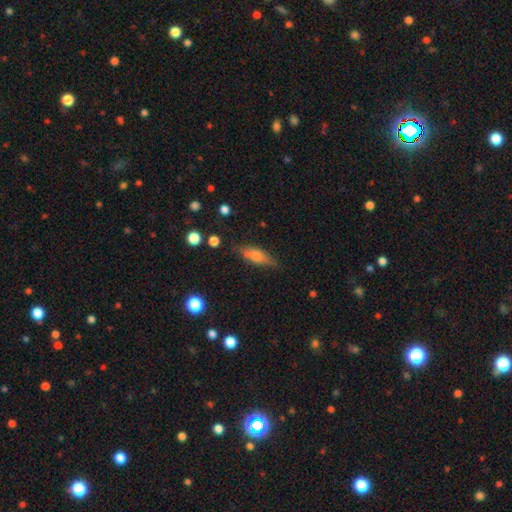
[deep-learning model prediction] A smooth galaxy with no disk features (52%) that is in between round and cigar-shaped (49%).

Vote fractions:
- Smooth or featured? smooth: 52% / featured or disk: 39% / star or artifact: 9%
- How rounded? in between: 49% / cigar-shaped: 47% / round: 4%
- Merging? none: 78% / minor disturbance: 15% / major disturbance: 4% / merger: 3%